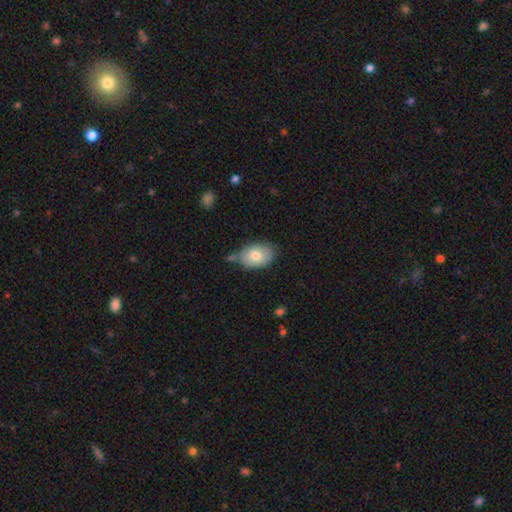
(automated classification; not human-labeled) Smooth or featured?
  - smooth: 77% *
  - featured or disk: 16%
  - star or artifact: 6%
How rounded?
  - in between: 86% *
  - round: 13%
  - cigar-shaped: 1%
Merging?
  - none: 64% *
  - minor disturbance: 22%
  - merger: 8%
  - major disturbance: 5%